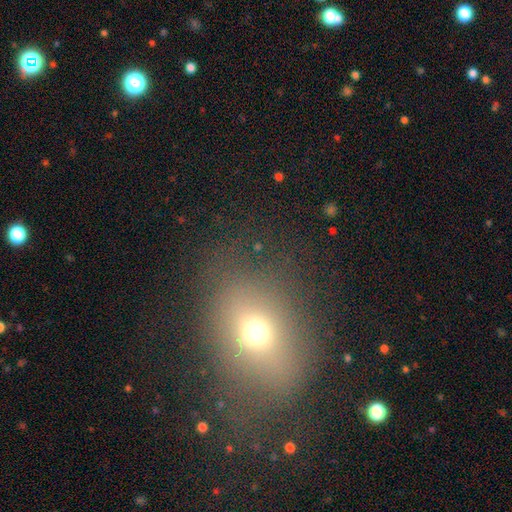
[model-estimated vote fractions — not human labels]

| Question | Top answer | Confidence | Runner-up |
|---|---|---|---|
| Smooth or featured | smooth | 59% | star or artifact (25%) |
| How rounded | in between | 56% | round (41%) |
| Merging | none | 73% | minor disturbance (15%) |